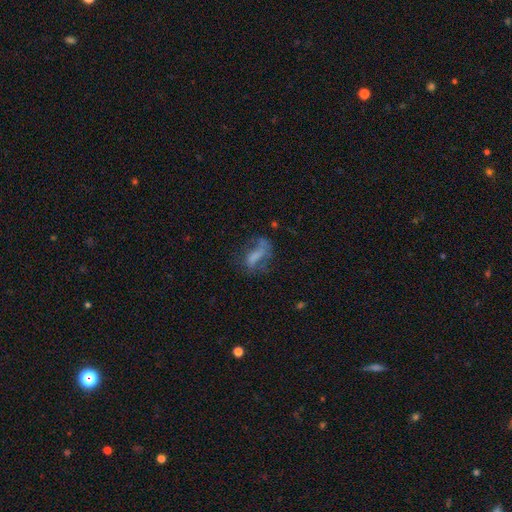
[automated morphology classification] Smooth or featured: smooth — 48% (featured or disk — 38%)
Merging: none — 37% (major disturbance — 34%)